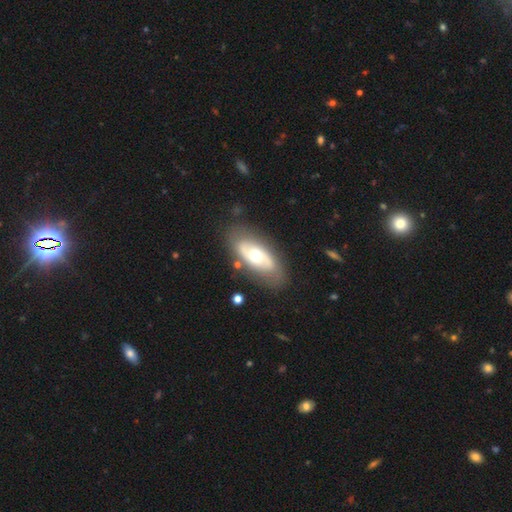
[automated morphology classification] The model was most divided on "smooth or featured": featured or disk: 55%, smooth: 40%, star or artifact: 5%. More confident: edge-on disk — no (88%); merging — none (78%).